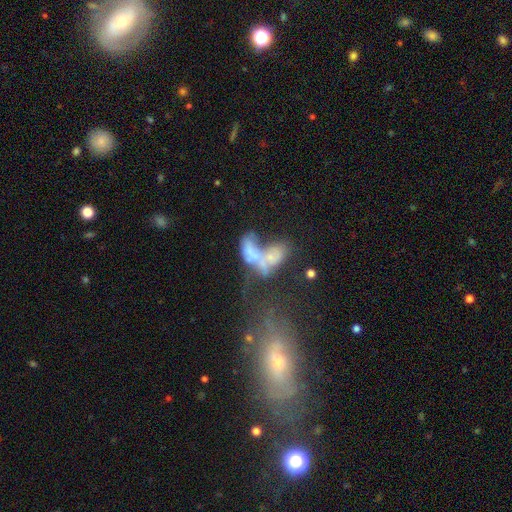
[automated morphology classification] type=featured or disk (48%); merging=merger (65%).